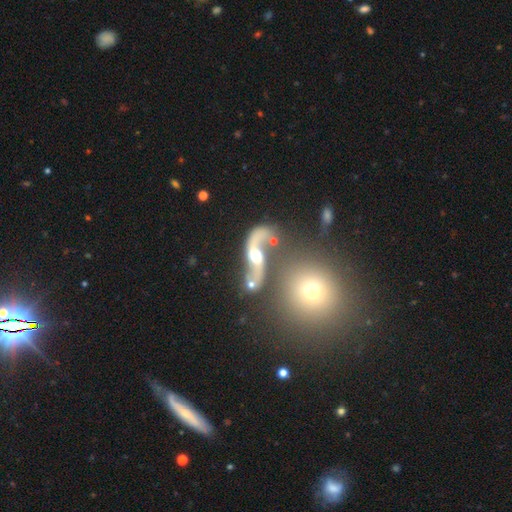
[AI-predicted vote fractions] Smooth or featured?
  - featured or disk: 82% *
  - smooth: 10%
  - star or artifact: 7%
Edge-on disk?
  - no: 94% *
  - yes: 6%
Bar?
  - no: 60% *
  - weak: 29%
  - strong: 12%
Spiral arms?
  - yes: 92% *
  - no: 8%
Spiral winding?
  - loose: 88% *
  - medium: 9%
  - tight: 3%
Spiral arm count?
  - 2: 92% *
  - 1: 4%
  - can't tell: 2%
  - 3: 1%
  - 4: 1%
  - more than 4: 1%
Bulge size?
  - moderate: 59% *
  - large: 24%
  - small: 10%
  - dominant: 3%
  - none: 3%
Merging?
  - none: 41% *
  - merger: 30%
  - major disturbance: 16%
  - minor disturbance: 14%